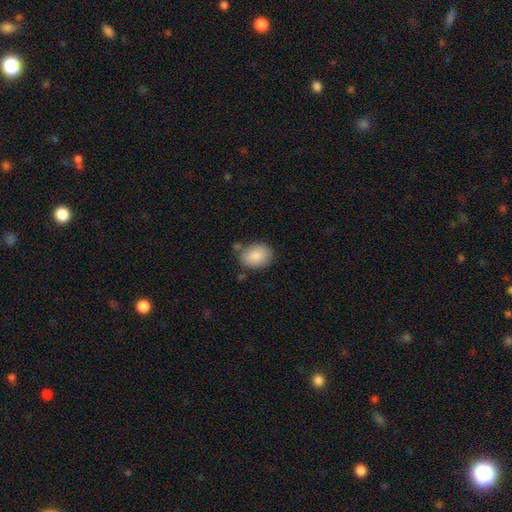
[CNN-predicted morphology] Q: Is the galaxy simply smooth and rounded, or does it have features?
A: smooth — 86%.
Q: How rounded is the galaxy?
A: in between — 70%.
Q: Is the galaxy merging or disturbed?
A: none — 72%.